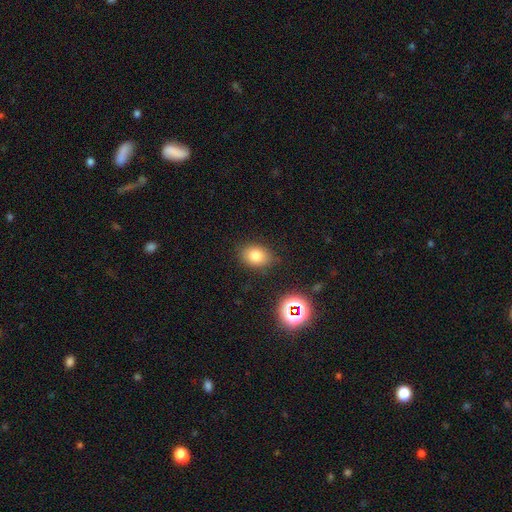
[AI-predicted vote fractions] Smooth or featured? smooth (79%)
How rounded? in between (71%)
Merging? none (81%)